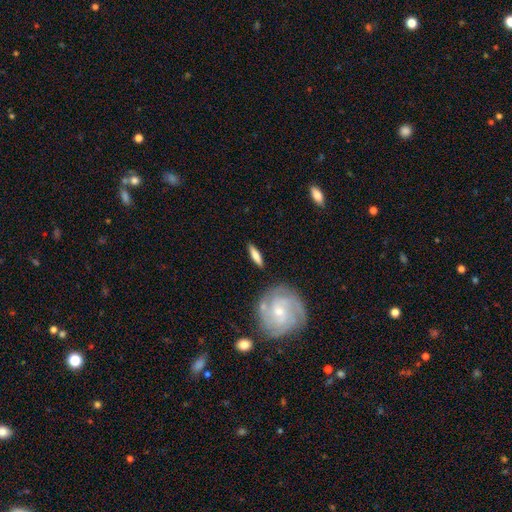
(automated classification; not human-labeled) Morphology: type=smooth (63%); roundness=cigar-shaped (70%); merging=none (83%).